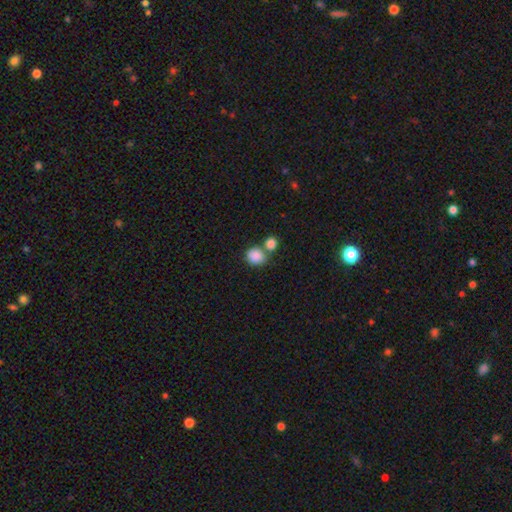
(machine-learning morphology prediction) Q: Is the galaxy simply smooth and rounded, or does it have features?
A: smooth — 86%.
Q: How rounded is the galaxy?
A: round — 78%.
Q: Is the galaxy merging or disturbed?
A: none — 48%.